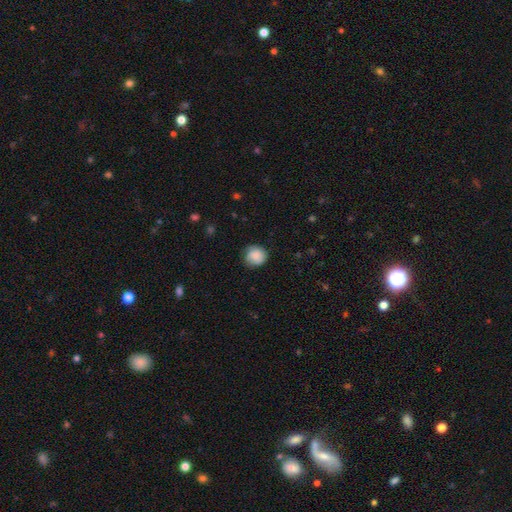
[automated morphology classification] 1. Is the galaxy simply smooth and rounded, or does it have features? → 79% smooth, 13% featured or disk, 7% star or artifact.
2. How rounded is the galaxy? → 88% round, 11% in between, 1% cigar-shaped.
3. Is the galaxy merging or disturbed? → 74% none, 20% minor disturbance, 5% major disturbance, 1% merger.